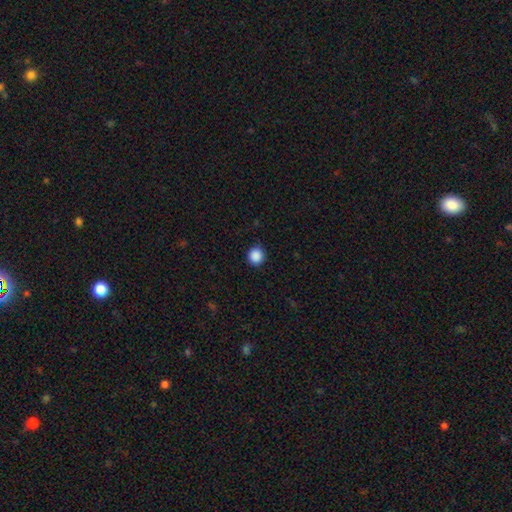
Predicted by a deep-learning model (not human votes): A smooth galaxy with no disk features (88%) that is round (92%).

Vote fractions:
- Smooth or featured? smooth: 88% / star or artifact: 9% / featured or disk: 2%
- How rounded? round: 92% / in between: 8% / cigar-shaped: 1%
- Merging? none: 90% / minor disturbance: 7% / major disturbance: 2% / merger: 1%